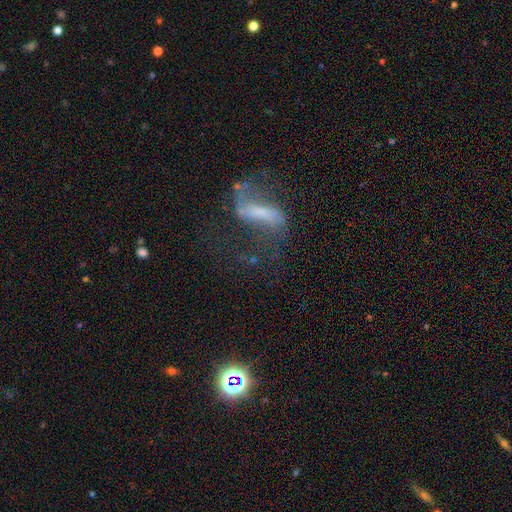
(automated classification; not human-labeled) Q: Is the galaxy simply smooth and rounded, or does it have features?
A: featured or disk — 69%.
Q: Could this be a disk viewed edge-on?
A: no — 84%.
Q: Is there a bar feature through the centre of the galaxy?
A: strong — 56%.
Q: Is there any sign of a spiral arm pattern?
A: yes — 82%.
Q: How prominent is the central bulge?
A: small — 37%.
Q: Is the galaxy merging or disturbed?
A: none — 56%.